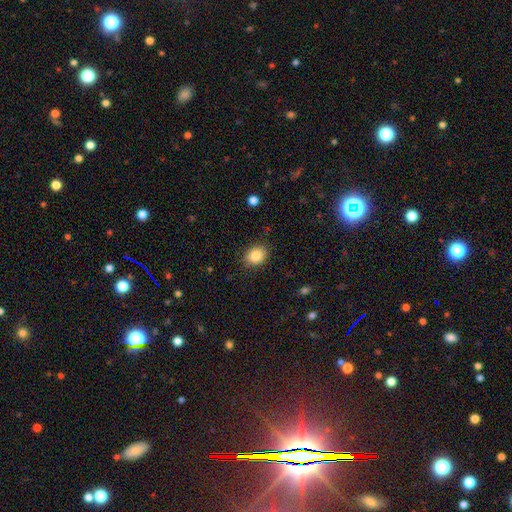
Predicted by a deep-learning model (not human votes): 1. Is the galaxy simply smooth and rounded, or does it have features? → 86% smooth, 9% star or artifact, 5% featured or disk.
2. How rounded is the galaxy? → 54% in between, 46% round, 1% cigar-shaped.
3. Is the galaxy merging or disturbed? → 84% none, 12% minor disturbance, 3% major disturbance, 1% merger.